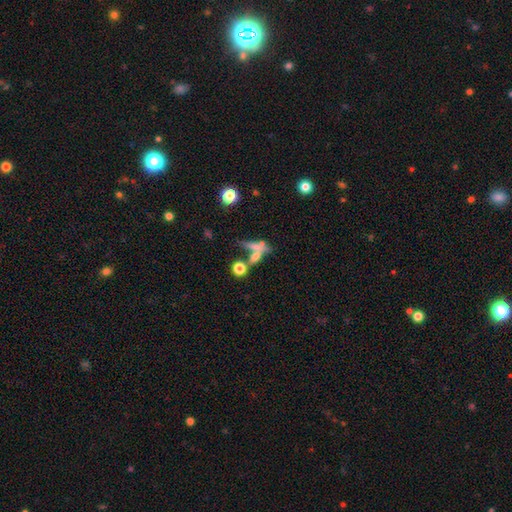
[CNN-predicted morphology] A smooth galaxy with no disk features (56%) that is cigar-shaped (48%). Merging: none (41%).